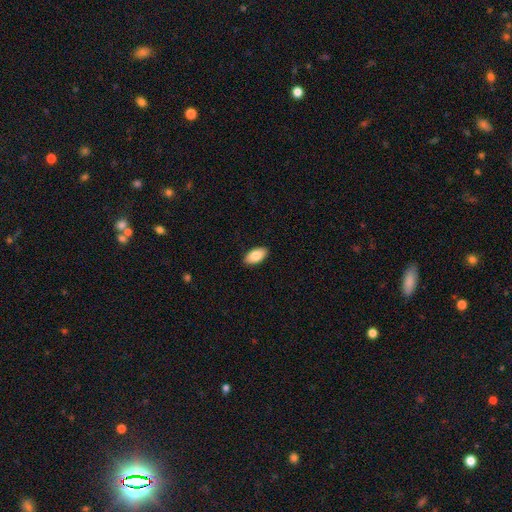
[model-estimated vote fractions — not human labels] Smooth or featured: smooth — 84% (featured or disk — 10%)
How rounded: in between — 94% (cigar-shaped — 3%)
Merging: none — 90% (minor disturbance — 7%)